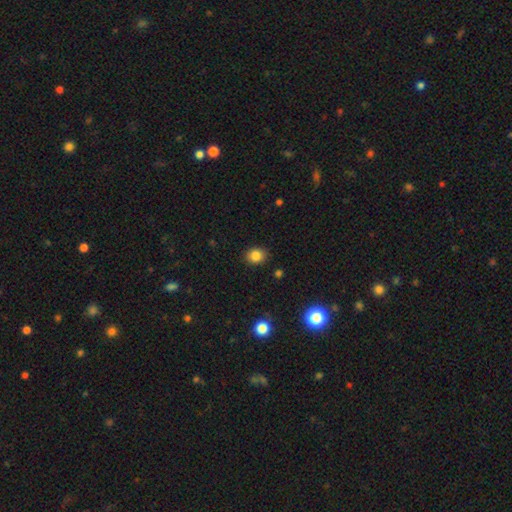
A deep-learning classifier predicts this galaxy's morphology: Smooth or featured? smooth (84%)
How rounded? round (62%)
Merging? none (89%)